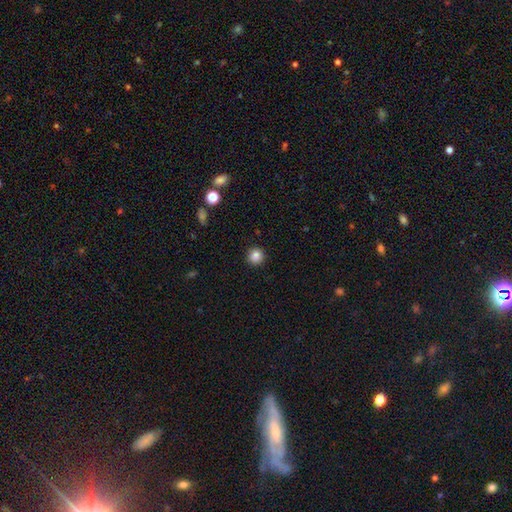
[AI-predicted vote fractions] A smooth galaxy with no disk features (85%) that is round (93%). Merging: none (91%).